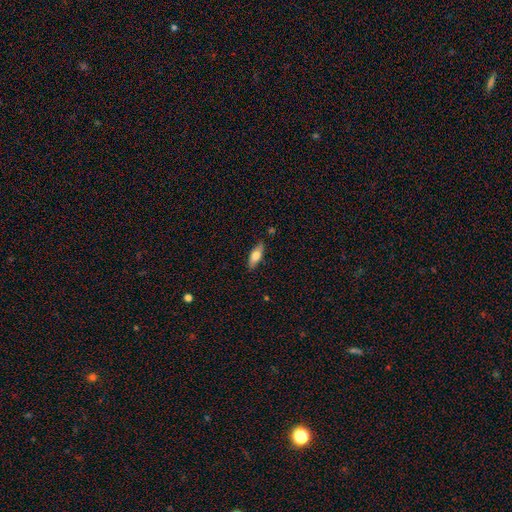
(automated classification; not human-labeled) Smooth or featured? smooth (69%)
How rounded? in between (69%)
Merging? none (80%)